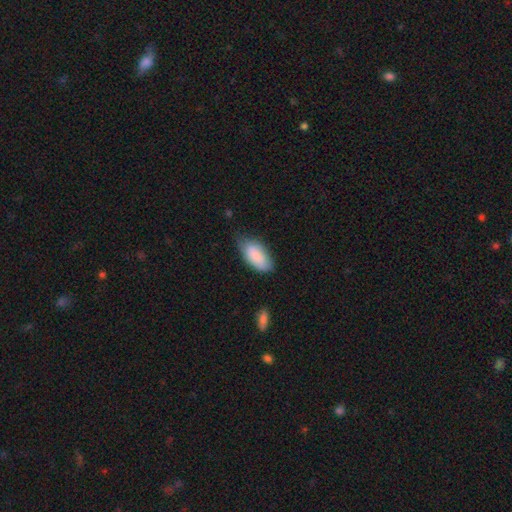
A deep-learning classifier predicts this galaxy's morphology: This is clearly a smooth galaxy (86%). How rounded: clearly in between (92%). Merging: possibly none (55%).